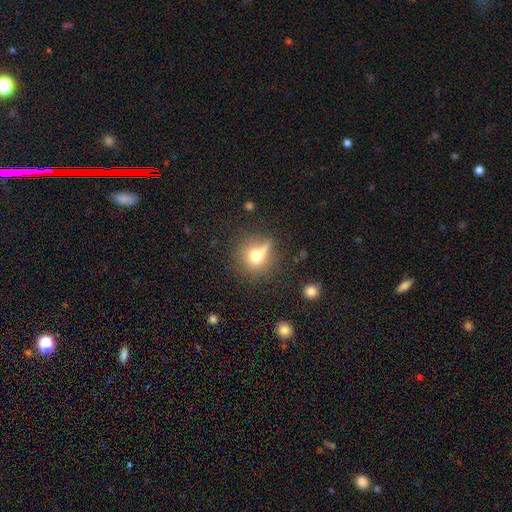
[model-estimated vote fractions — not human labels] The model was most divided on "merging": none: 53%, minor disturbance: 19%, major disturbance: 16%, merger: 12%. More confident: how rounded — round (78%); smooth or featured — smooth (61%).